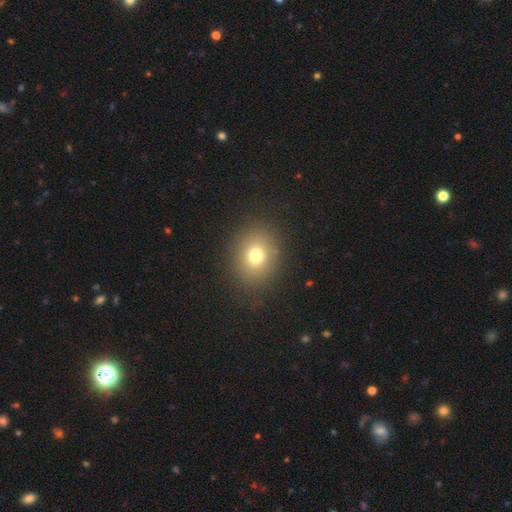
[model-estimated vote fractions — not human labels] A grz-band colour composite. It shows a smooth galaxy with no disk features (73%) that is round (59%). Merging: none (84%).